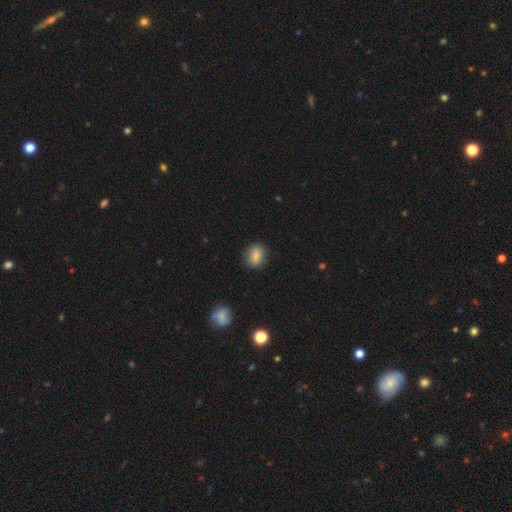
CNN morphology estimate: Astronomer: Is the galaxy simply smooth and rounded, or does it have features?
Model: smooth — 81%.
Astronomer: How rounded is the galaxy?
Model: in between — 57% (runner-up: round, 41%).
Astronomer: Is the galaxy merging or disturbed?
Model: none — 83%.